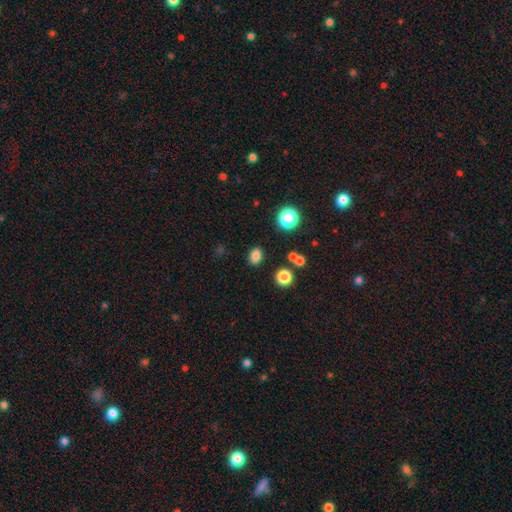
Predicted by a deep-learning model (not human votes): Q: Smooth or featured?
A: smooth (81%); runner-up: star or artifact (14%)
Q: How rounded?
A: in between (66%); runner-up: round (33%)
Q: Merging?
A: none (86%); runner-up: minor disturbance (8%)